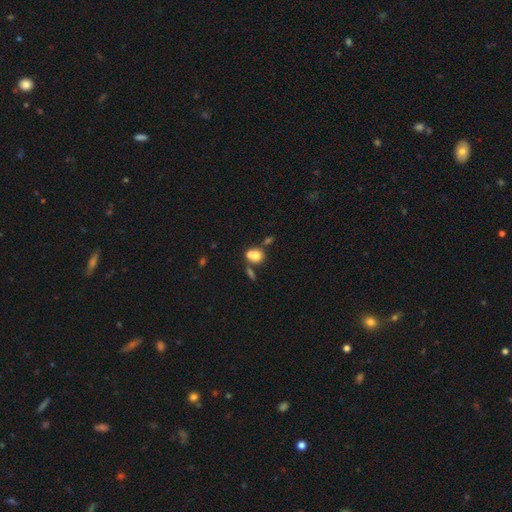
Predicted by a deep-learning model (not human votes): A smooth galaxy with no disk features (71%) that is round (64%). Merging: merger (54%).